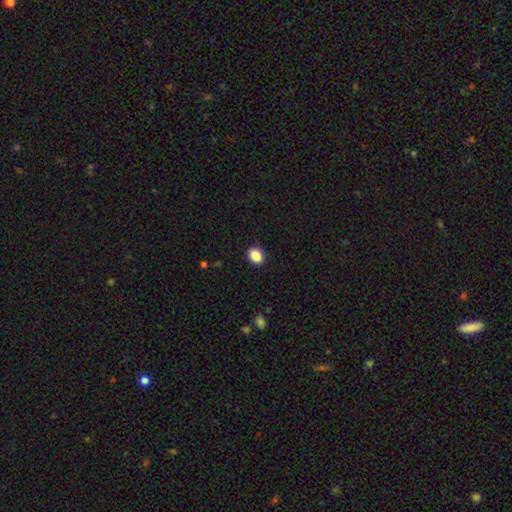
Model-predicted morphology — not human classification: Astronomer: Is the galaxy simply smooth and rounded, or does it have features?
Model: smooth — 88%.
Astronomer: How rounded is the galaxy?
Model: in between — 57% (runner-up: round, 42%).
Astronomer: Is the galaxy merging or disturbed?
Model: none — 90%.